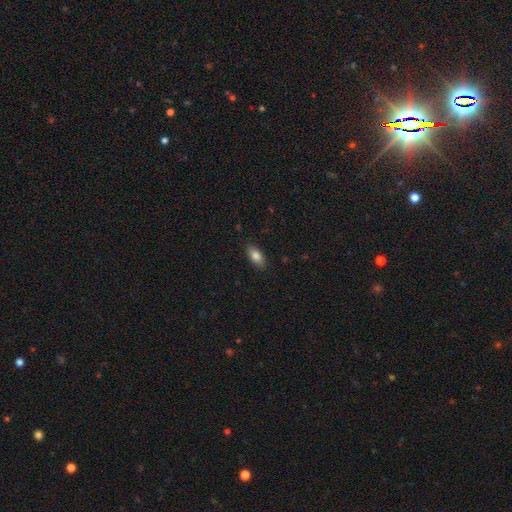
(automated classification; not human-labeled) Q: Smooth or featured?
A: smooth (81%); runner-up: featured or disk (12%)
Q: How rounded?
A: in between (87%); runner-up: cigar-shaped (9%)
Q: Merging?
A: none (86%); runner-up: minor disturbance (11%)